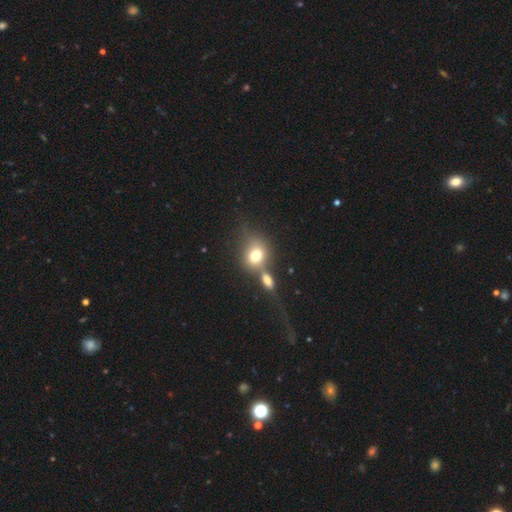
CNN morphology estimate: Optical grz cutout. It shows a smooth galaxy with no disk features (72%) that is round (57%). Merging: merger (44%).